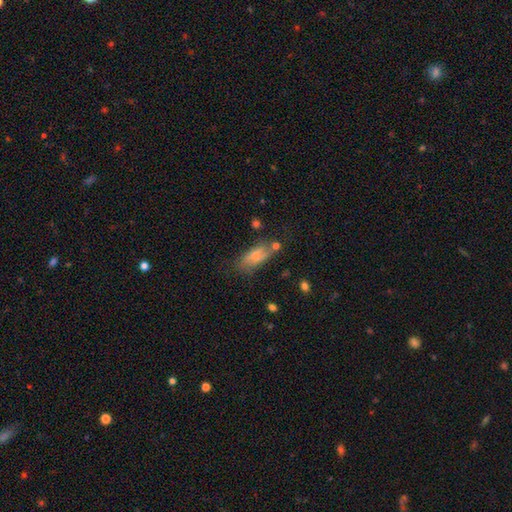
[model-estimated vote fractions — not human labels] Smooth or featured? smooth (64%)
How rounded? in between (75%)
Merging? none (51%)